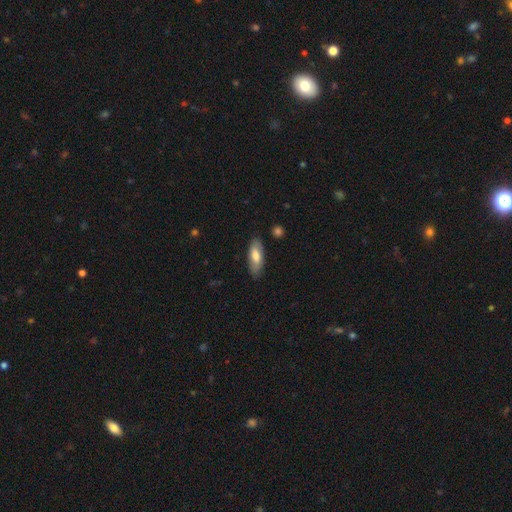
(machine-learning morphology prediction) type=smooth (69%); roundness=in between (75%); merging=none (82%).